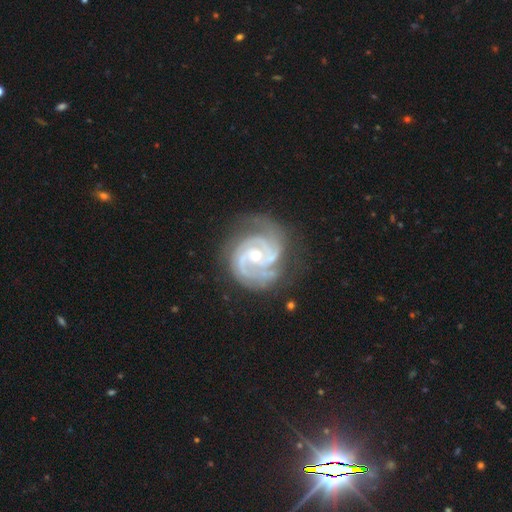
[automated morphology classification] smooth-or-featured: featured or disk: 92% | star or artifact: 4% | smooth: 3%
  disk-edge-on: no: 98% | yes: 2%
    bar: no: 59% | weak: 30% | strong: 11%
    has-spiral-arms: yes: 98% | no: 2%
      spiral-winding: tight: 60% | medium: 35% | loose: 5%
      spiral-arm-count: 3: 41% | 2: 36% | can't tell: 8% | 4: 7% | 1: 4% | more than 4: 4%
    bulge-size: small: 53% | moderate: 44% | large: 1% | none: 1% | dominant: 1%
  merging: none: 71% | minor disturbance: 19% | major disturbance: 8% | merger: 2%